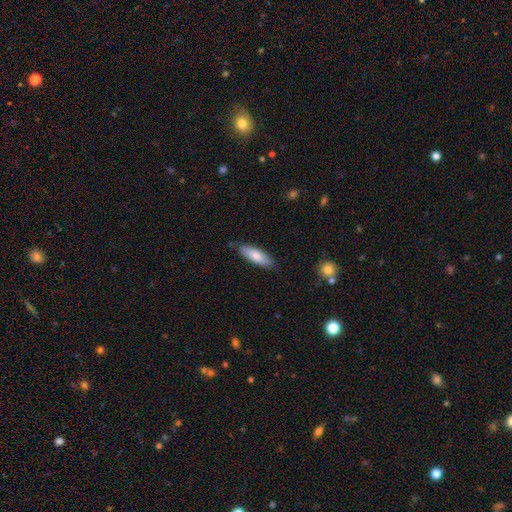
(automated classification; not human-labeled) smooth-or-featured: smooth: 78% | featured or disk: 16% | star or artifact: 6%
  how-rounded: in between: 52% | cigar-shaped: 46% | round: 2%
  merging: none: 82% | minor disturbance: 14% | major disturbance: 2% | merger: 2%